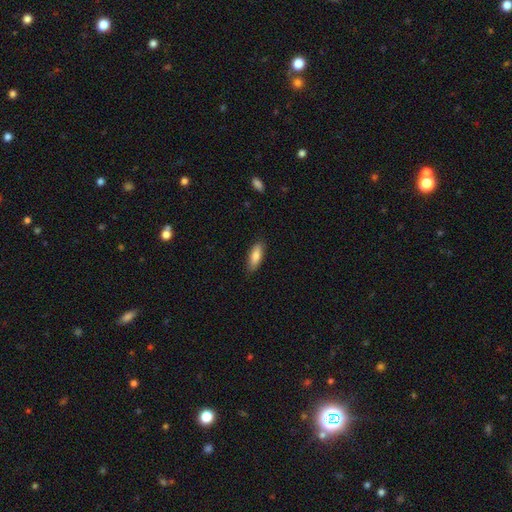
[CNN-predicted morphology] Overall: smooth (78%). How rounded: in between (61%; cigar-shaped 37%). Merging: none (84%).